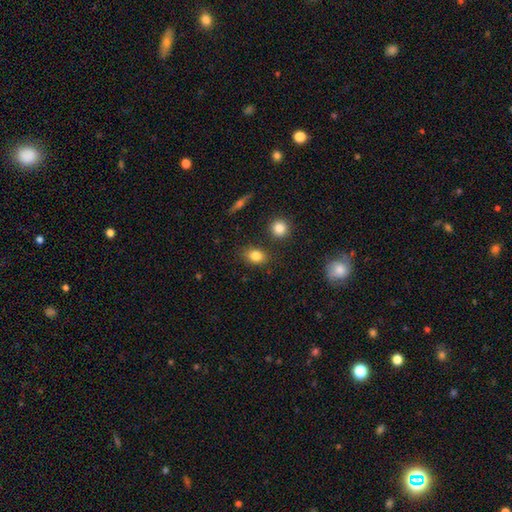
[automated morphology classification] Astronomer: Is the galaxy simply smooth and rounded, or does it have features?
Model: smooth — 83%.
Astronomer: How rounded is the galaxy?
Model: in between — 69%.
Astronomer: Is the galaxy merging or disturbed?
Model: none — 82%.